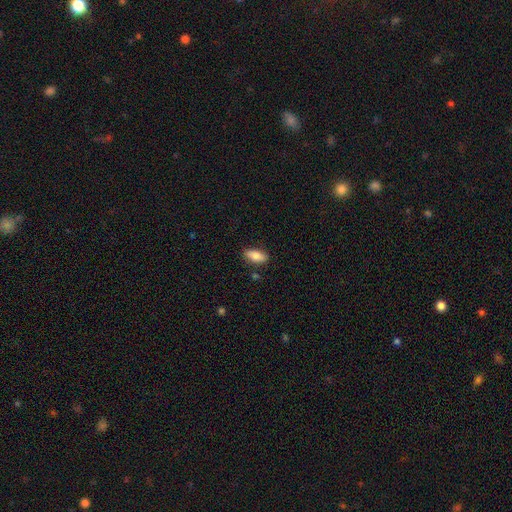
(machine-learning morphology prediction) smooth-or-featured: smooth: 80% | featured or disk: 13% | star or artifact: 7%
  how-rounded: in between: 86% | cigar-shaped: 11% | round: 3%
  merging: none: 83% | minor disturbance: 12% | merger: 2% | major disturbance: 2%